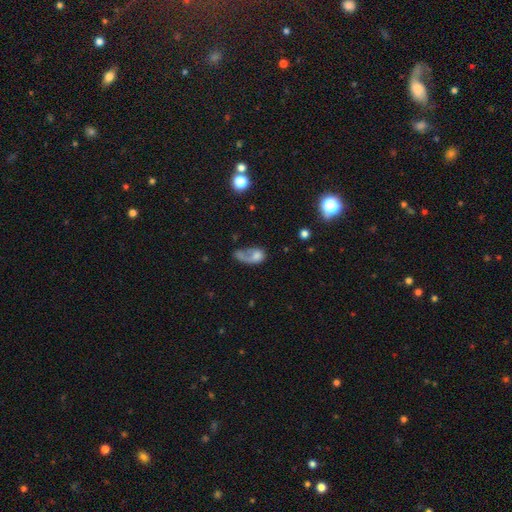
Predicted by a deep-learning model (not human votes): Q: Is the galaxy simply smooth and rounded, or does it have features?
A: smooth — 51%.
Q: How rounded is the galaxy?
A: in between — 76%.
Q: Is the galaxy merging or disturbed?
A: major disturbance — 49%.